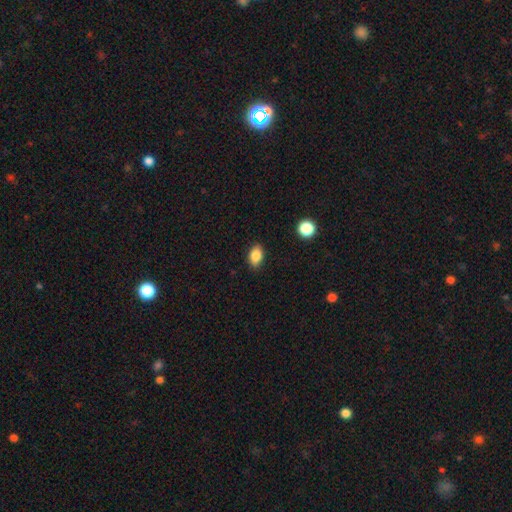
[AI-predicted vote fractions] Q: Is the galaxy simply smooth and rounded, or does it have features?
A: smooth — 86%.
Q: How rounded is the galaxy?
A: in between — 85%.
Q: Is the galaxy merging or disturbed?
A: none — 86%.